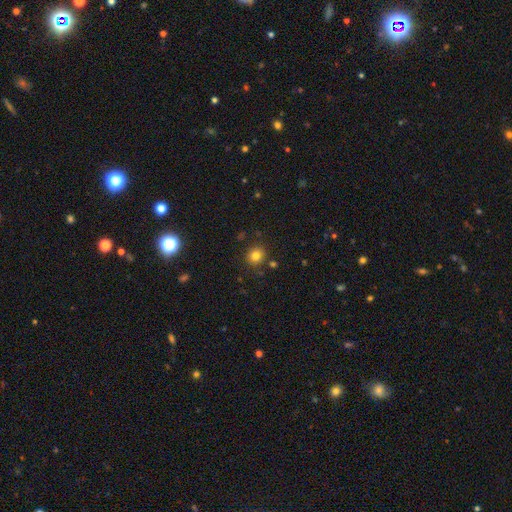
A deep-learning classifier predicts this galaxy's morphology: Overall: smooth (81%). How rounded: round (86%). Merging: none (85%).